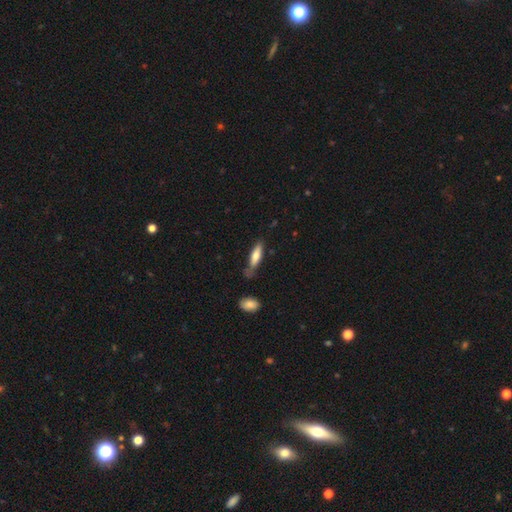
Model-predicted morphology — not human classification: A smooth galaxy with no disk features (71%) that is cigar-shaped (62%). Merging: none (61%).